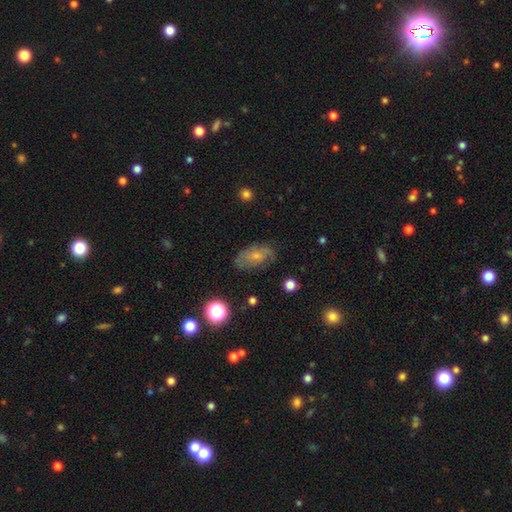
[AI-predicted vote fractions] smooth 47%, featured or disk 42%, star or artifact 11%. Down the decision tree: merging — none (66%).